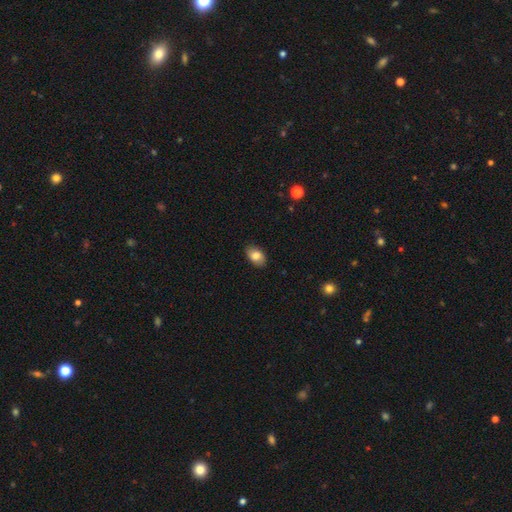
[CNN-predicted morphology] Smooth or featured?
  - smooth: 83% *
  - featured or disk: 9%
  - star or artifact: 7%
How rounded?
  - in between: 89% *
  - round: 10%
  - cigar-shaped: 1%
Merging?
  - none: 87% *
  - minor disturbance: 10%
  - major disturbance: 2%
  - merger: 1%